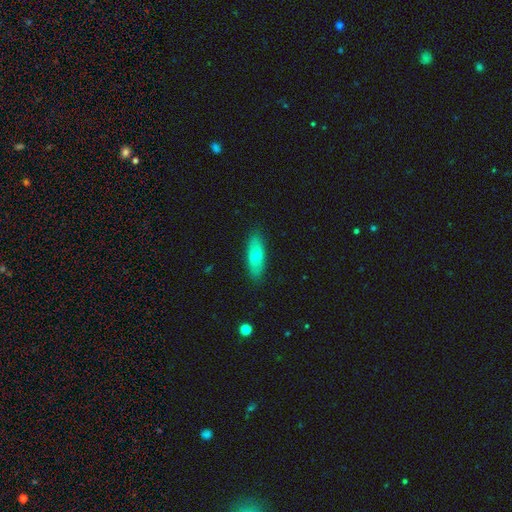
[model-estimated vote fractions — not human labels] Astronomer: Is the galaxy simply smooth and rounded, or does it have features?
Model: smooth — 64%.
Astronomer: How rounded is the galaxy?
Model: in between — 65%.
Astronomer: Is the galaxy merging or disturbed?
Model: none — 85%.